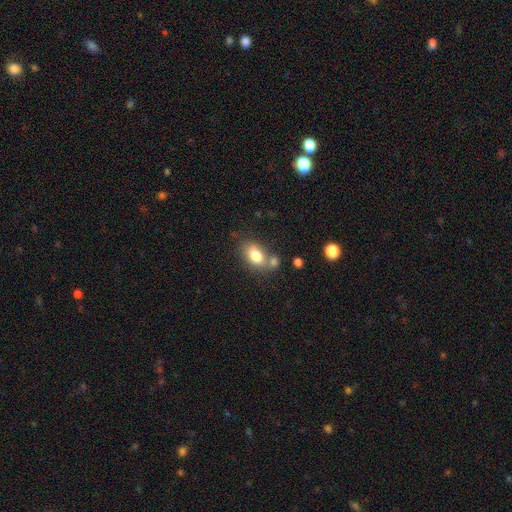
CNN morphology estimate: Smooth or featured: smooth — 79% (featured or disk — 12%)
How rounded: in between — 83% (round — 15%)
Merging: none — 55% (merger — 24%)